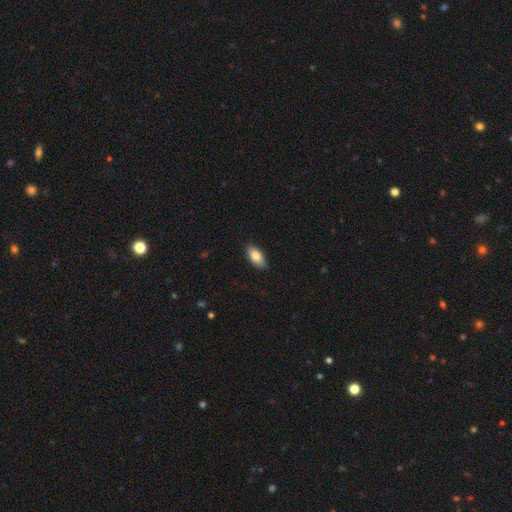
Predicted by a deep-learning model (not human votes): A smooth galaxy with no disk features (83%) that is in between round and cigar-shaped (92%). Merging: none (88%).